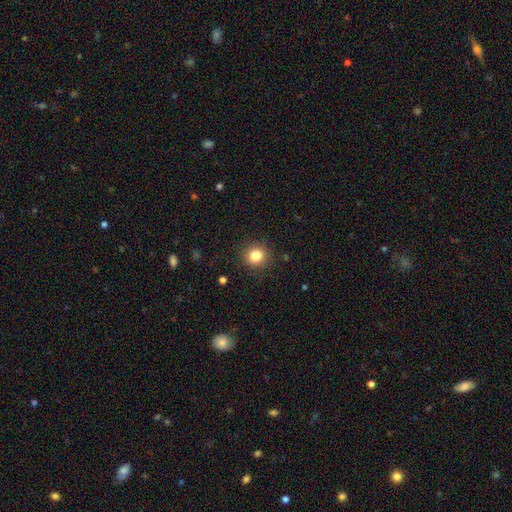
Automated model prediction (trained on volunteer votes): This appears to be a smooth galaxy with no disk features (82%) that is round (88%). Merging: none (89%).